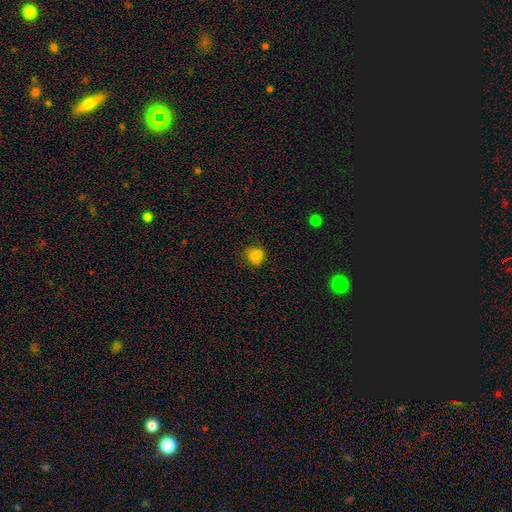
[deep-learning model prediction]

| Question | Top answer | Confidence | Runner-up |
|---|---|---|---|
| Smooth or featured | smooth | 81% | star or artifact (14%) |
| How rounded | round | 76% | in between (23%) |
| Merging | none | 75% | minor disturbance (19%) |